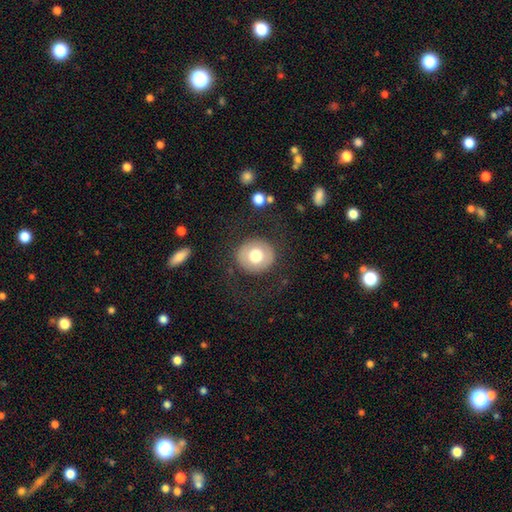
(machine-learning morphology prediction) This appears to be a smooth galaxy with no disk features (68%) that is round (90%). Merging: none (84%).